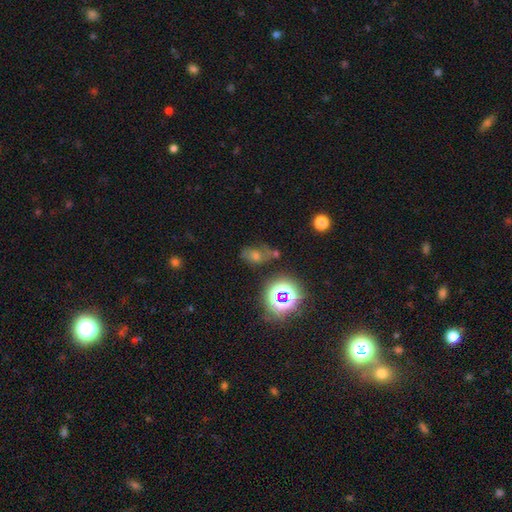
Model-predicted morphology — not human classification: The model was most divided on "smooth or featured": star or artifact: 44%, smooth: 33%, featured or disk: 24%.